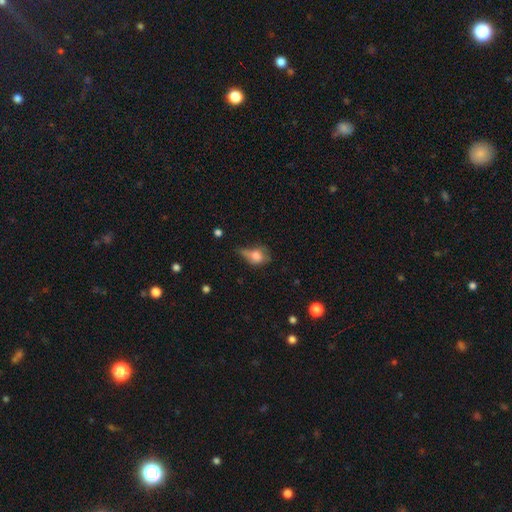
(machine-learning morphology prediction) The model was most divided on "merging": minor disturbance: 33%, none: 31%, major disturbance: 26%, merger: 9%. More confident: smooth or featured — smooth (66%); how rounded — in between (60%).